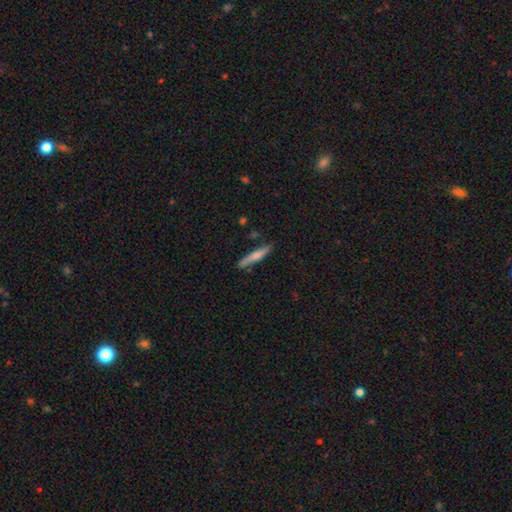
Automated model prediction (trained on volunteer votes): The model was most divided on "smooth or featured": smooth: 60%, featured or disk: 34%, star or artifact: 6%. More confident: how rounded — cigar-shaped (91%); merging — none (81%).